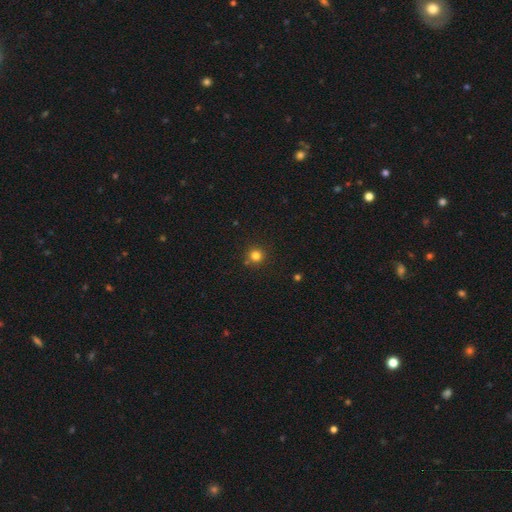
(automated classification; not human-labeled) This appears to be a smooth galaxy with no disk features (81%) that is round (94%). Merging: none (86%).